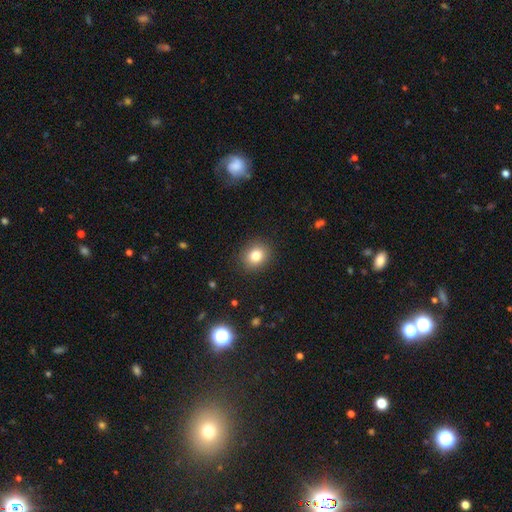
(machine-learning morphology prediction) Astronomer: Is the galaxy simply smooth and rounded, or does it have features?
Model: smooth — 81%.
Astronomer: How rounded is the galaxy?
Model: round — 73%.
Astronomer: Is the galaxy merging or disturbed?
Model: none — 89%.